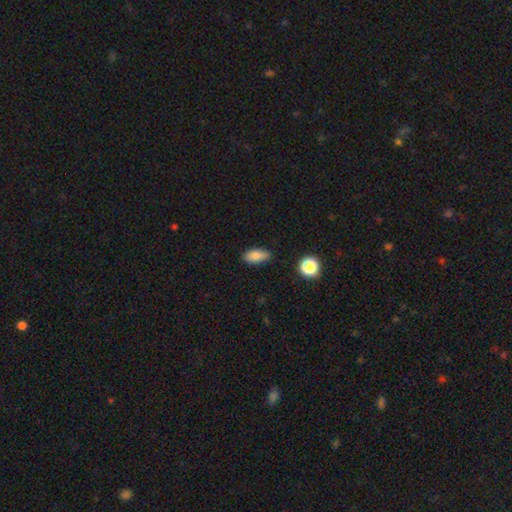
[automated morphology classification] Smooth or featured?
  - smooth: 83% *
  - star or artifact: 10%
  - featured or disk: 7%
How rounded?
  - in between: 85% *
  - cigar-shaped: 9%
  - round: 6%
Merging?
  - none: 77% *
  - minor disturbance: 18%
  - major disturbance: 3%
  - merger: 2%